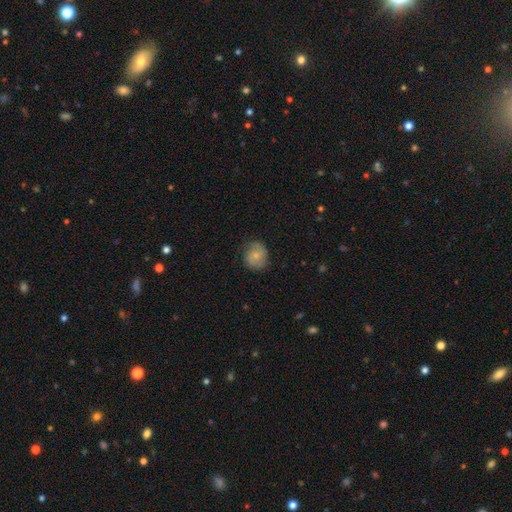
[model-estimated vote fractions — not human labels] A smooth galaxy with no disk features (57%) that is round (76%). Merging: none (76%).